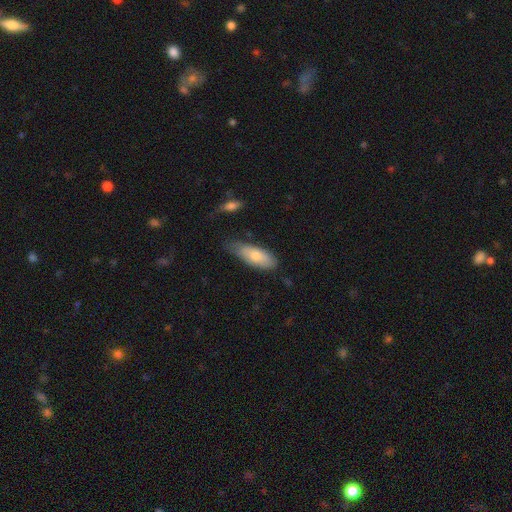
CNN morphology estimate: type=smooth (76%); roundness=in between (75%); merging=none (50%).